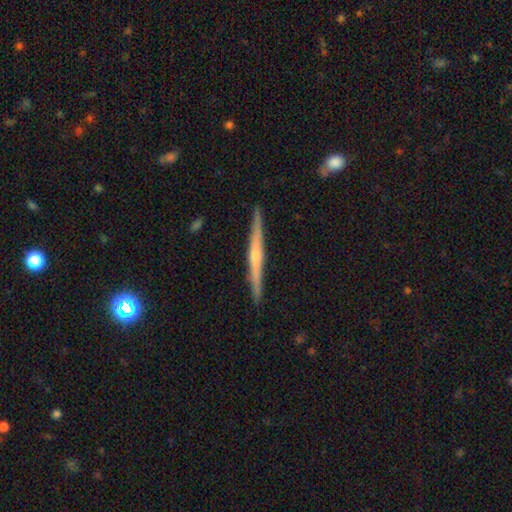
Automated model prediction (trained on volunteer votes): smooth_or_featured: featured or disk (p=0.70) [alt: smooth p=0.25]
disk_edge_on: yes (p=0.98) [alt: no p=0.02]
edge_on_bulge: rounded (p=0.63) [alt: none p=0.30]
merging: none (p=0.91) [alt: minor disturbance p=0.07]